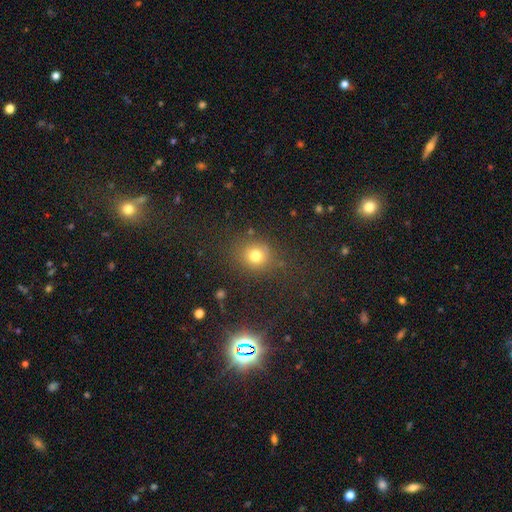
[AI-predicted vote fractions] The model was most divided on "smooth or featured": smooth: 74%, star or artifact: 18%, featured or disk: 8%. More confident: how rounded — round (82%); merging — none (78%).